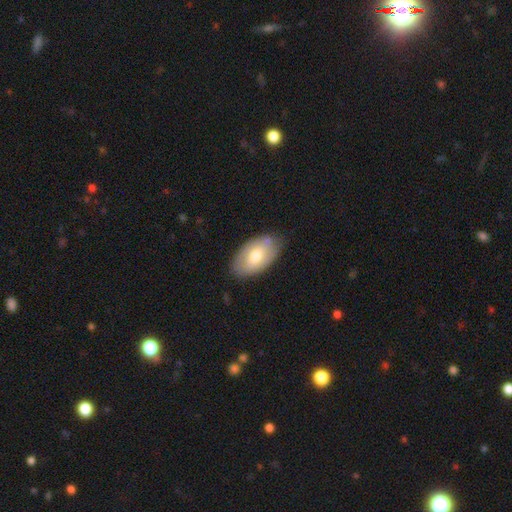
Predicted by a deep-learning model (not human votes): Overall: smooth (62%; featured or disk 32%). How rounded: in between (94%). Merging: none (77%).